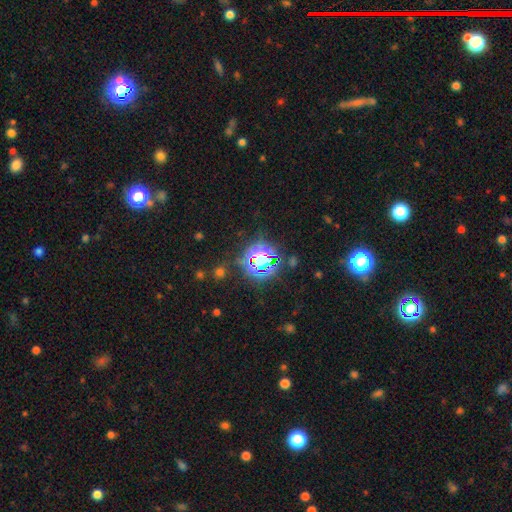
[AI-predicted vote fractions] smooth-or-featured: star or artifact: 76% | smooth: 15% | featured or disk: 8%